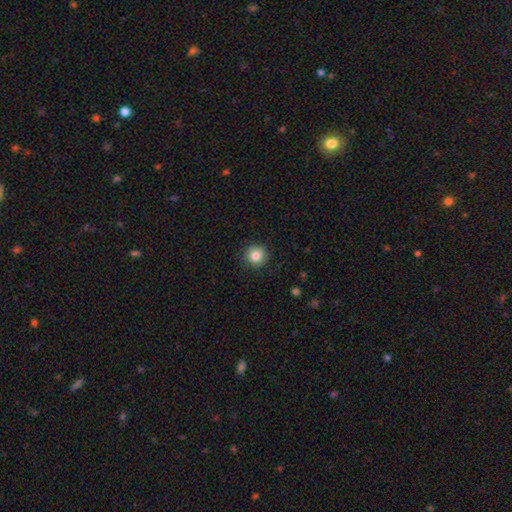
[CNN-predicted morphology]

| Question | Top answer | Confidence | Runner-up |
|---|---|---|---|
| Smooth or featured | smooth | 84% | star or artifact (10%) |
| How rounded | round | 94% | in between (5%) |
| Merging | none | 89% | minor disturbance (8%) |